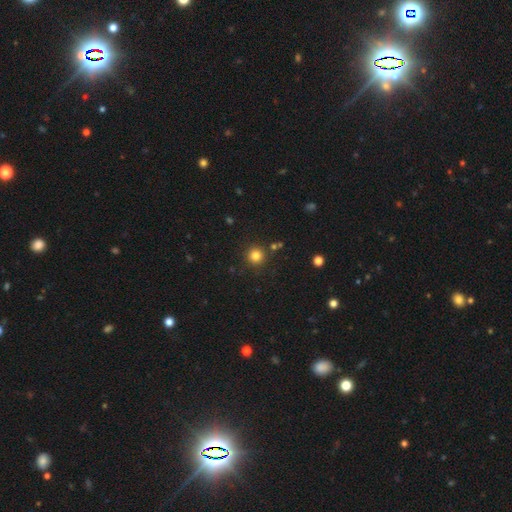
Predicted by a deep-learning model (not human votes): smooth 81%, star or artifact 14%, featured or disk 5%. Down the decision tree: how rounded — round (95%); merging — none (87%).